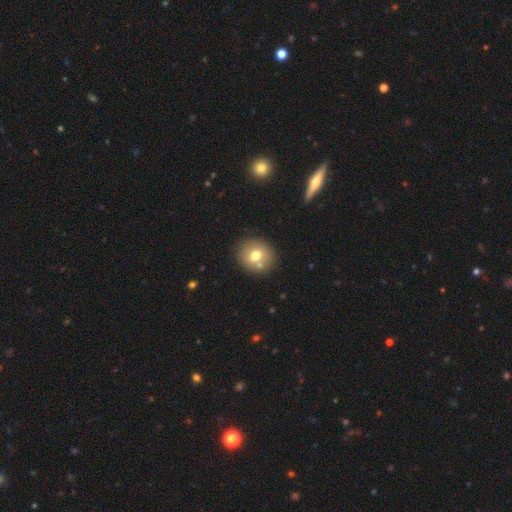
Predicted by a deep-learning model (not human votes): The model was most divided on "smooth or featured": smooth: 70%, featured or disk: 20%, star or artifact: 10%. More confident: how rounded — round (80%); merging — none (76%).